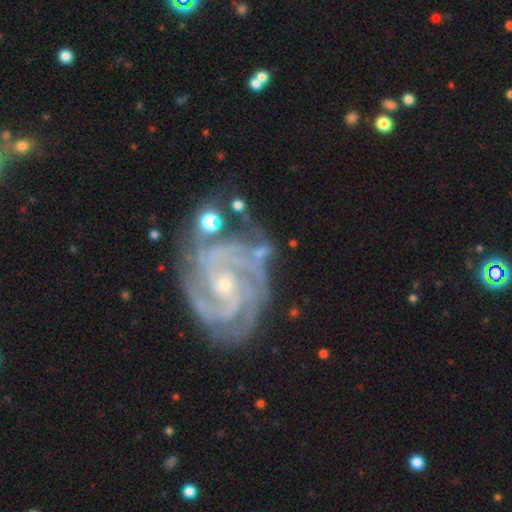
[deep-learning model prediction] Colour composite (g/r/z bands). It shows a featured or disk galaxy (88%) with no bar (64%), 3 (32%) tight (63%) spiral arms (98%) and a small central bulge (72%). Merging: none (60%).